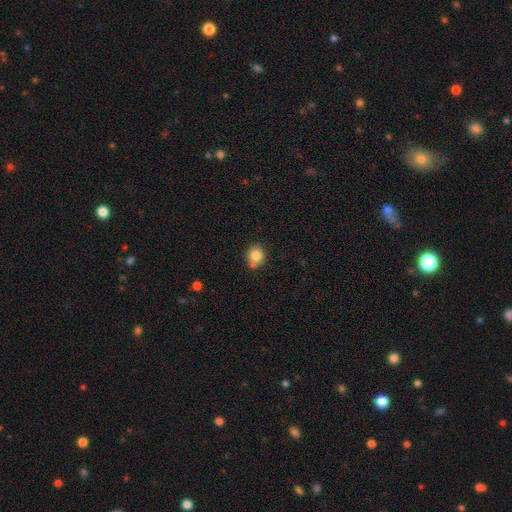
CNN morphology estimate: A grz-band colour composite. It shows a smooth galaxy with no disk features (83%) that is round (78%). Merging: none (65%).